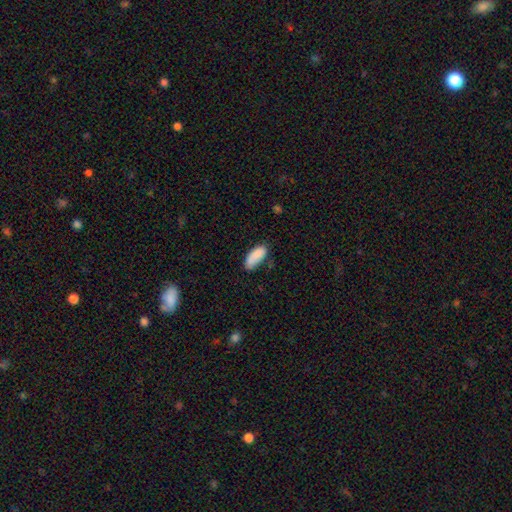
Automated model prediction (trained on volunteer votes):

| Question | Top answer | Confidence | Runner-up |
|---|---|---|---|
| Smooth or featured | smooth | 86% | star or artifact (7%) |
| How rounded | in between | 86% | cigar-shaped (12%) |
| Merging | none | 61% | minor disturbance (28%) |